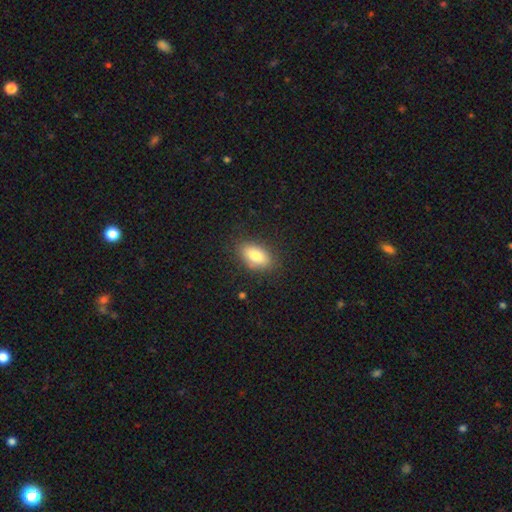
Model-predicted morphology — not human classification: smooth-or-featured: smooth: 81% | featured or disk: 12% | star or artifact: 8%
  how-rounded: in between: 90% | round: 6% | cigar-shaped: 4%
  merging: none: 84% | minor disturbance: 12% | major disturbance: 3% | merger: 1%